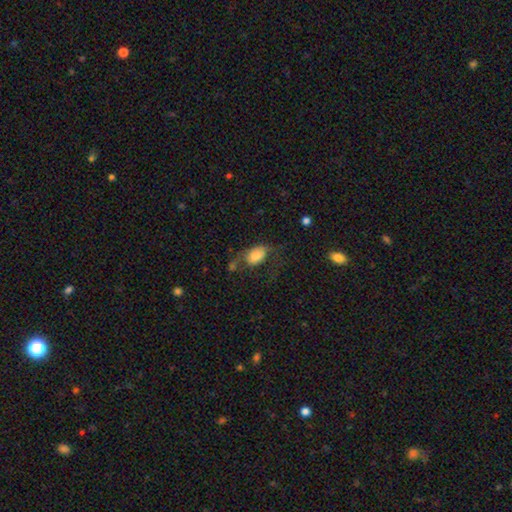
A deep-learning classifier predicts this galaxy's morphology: smooth_or_featured: smooth (p=0.71) [alt: featured or disk p=0.21]
how_rounded: in between (p=0.88) [alt: round p=0.10]
merging: none (p=0.37) [alt: major disturbance p=0.34]